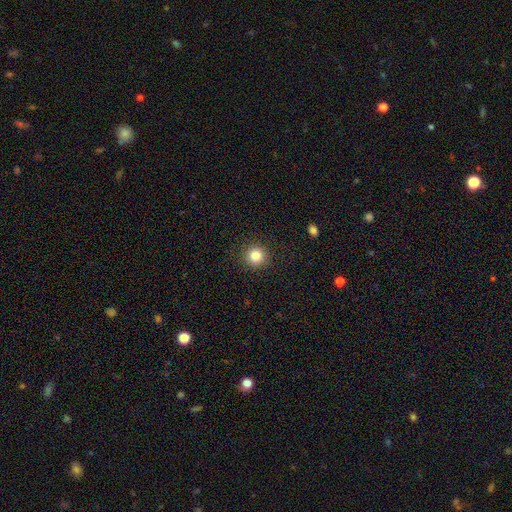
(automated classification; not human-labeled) smooth 84%, star or artifact 11%, featured or disk 5%. Down the decision tree: how rounded — round (94%); merging — none (91%).